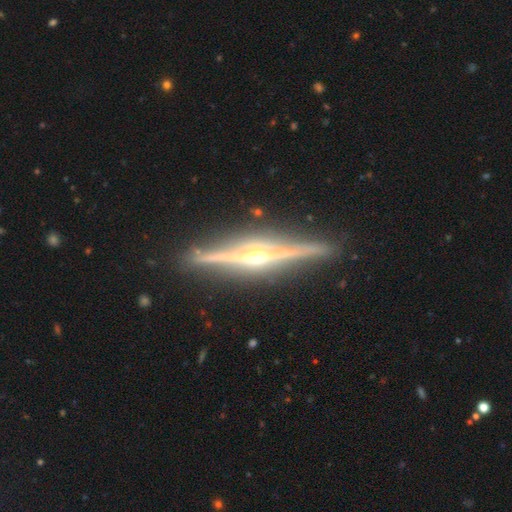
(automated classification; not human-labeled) A featured or disk galaxy (90%) viewed edge-on (98%) with a rounded central bulge (91%).

Vote fractions:
- Smooth or featured? featured or disk: 90% / smooth: 5% / star or artifact: 5%
- Edge-on disk? yes: 98% / no: 2%
- Edge-on bulge? rounded: 91% / boxy: 5% / none: 4%
- Merging? none: 90% / minor disturbance: 7% / major disturbance: 1% / merger: 1%